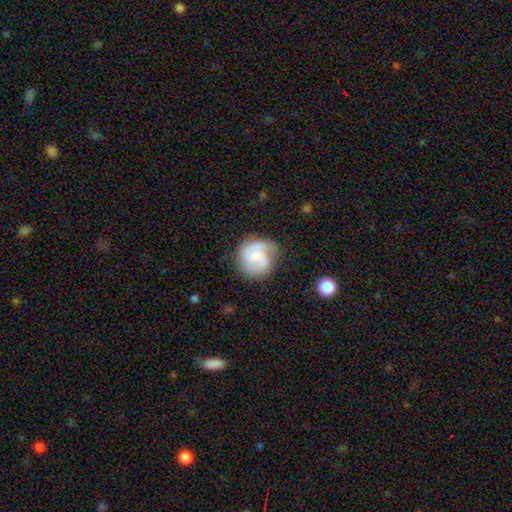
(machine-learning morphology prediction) smooth-or-featured: featured or disk: 60% | smooth: 33% | star or artifact: 7%
  disk-edge-on: no: 98% | yes: 2%
    bar: no: 59% | weak: 35% | strong: 6%
    has-spiral-arms: yes: 91% | no: 9%
      spiral-winding: medium: 47% | tight: 30% | loose: 23%
      spiral-arm-count: 2: 64% | can't tell: 12% | 3: 11% | 1: 8% | 4: 2% | more than 4: 2%
    bulge-size: small: 49% | moderate: 32% | none: 13% | large: 5% | dominant: 2%
  merging: none: 65% | minor disturbance: 22% | major disturbance: 11% | merger: 3%